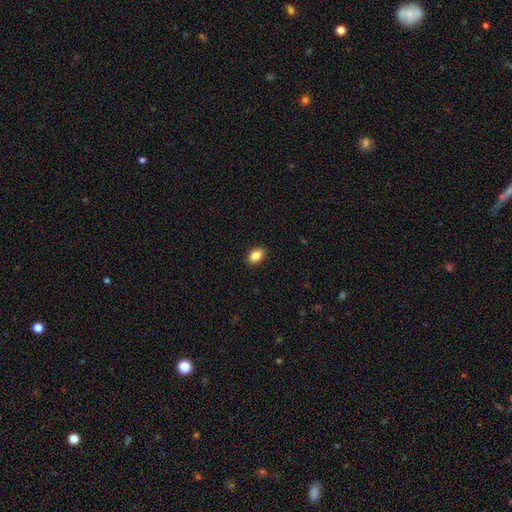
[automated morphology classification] The model was most divided on "how rounded": in between: 82%, round: 17%, cigar-shaped: 1%. More confident: merging — none (90%); smooth or featured — smooth (86%).